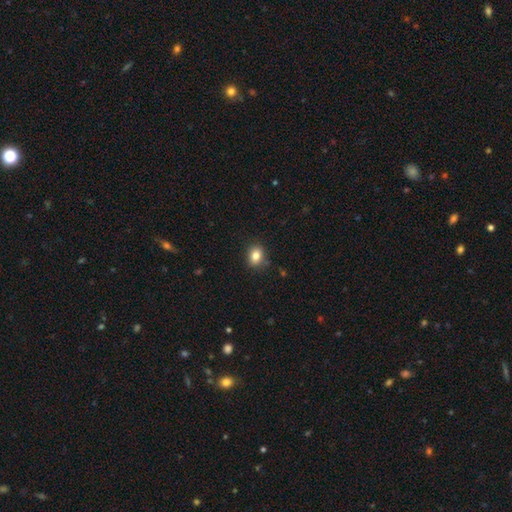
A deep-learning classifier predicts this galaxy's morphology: Smooth or featured?
  - smooth: 82% *
  - star or artifact: 10%
  - featured or disk: 7%
How rounded?
  - in between: 53% *
  - round: 46%
  - cigar-shaped: 1%
Merging?
  - none: 84% *
  - minor disturbance: 12%
  - major disturbance: 3%
  - merger: 2%